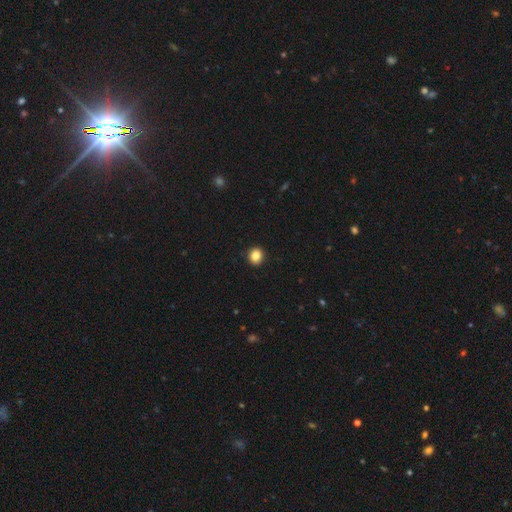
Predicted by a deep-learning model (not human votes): Smooth or featured? Predicted: smooth (p=0.86). How rounded? Predicted: round (p=0.83). Merging? Predicted: none (p=0.93).